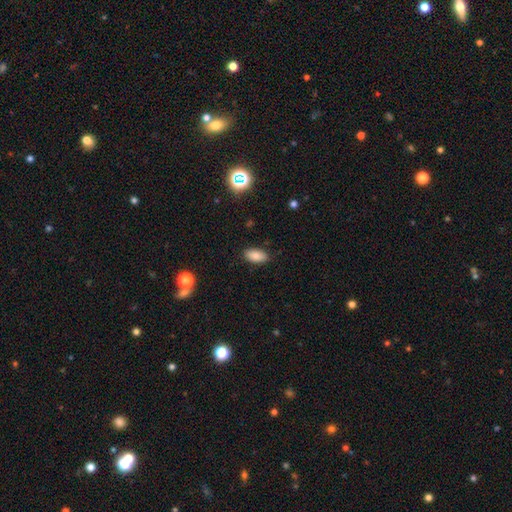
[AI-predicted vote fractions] Smooth or featured?
  - smooth: 84% *
  - star or artifact: 9%
  - featured or disk: 6%
How rounded?
  - in between: 92% *
  - cigar-shaped: 4%
  - round: 4%
Merging?
  - none: 87% *
  - minor disturbance: 9%
  - major disturbance: 2%
  - merger: 1%